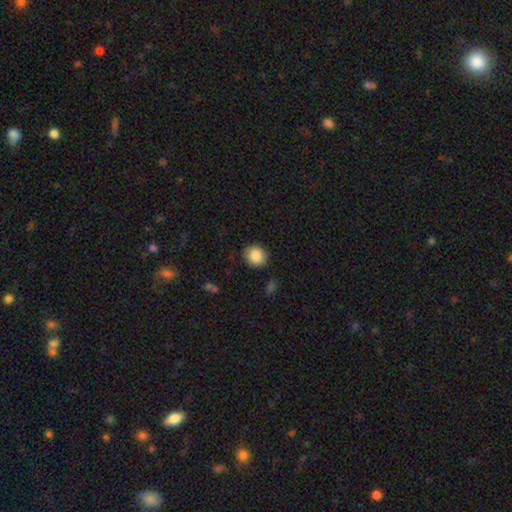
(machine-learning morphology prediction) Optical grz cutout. It shows a smooth galaxy with no disk features (88%) that is round (77%). Merging: none (87%).